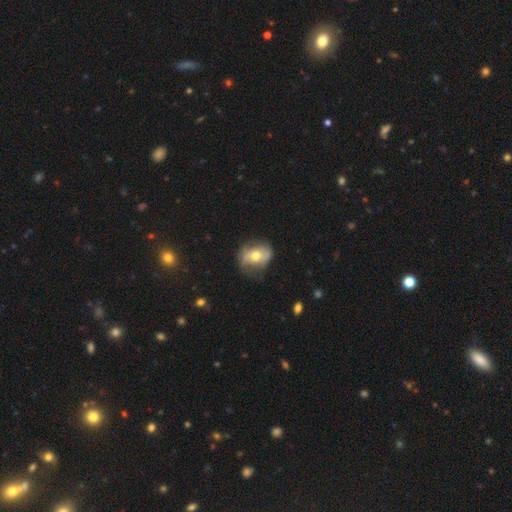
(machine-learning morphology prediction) Smooth or featured?
  - featured or disk: 50% *
  - smooth: 42%
  - star or artifact: 8%
Merging?
  - none: 59% *
  - minor disturbance: 27%
  - major disturbance: 12%
  - merger: 2%